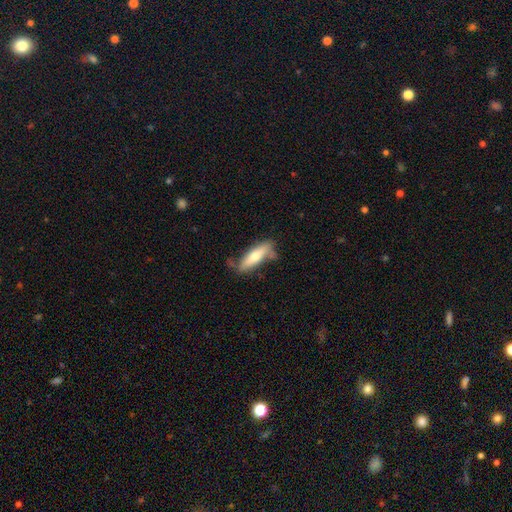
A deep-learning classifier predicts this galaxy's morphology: Smooth or featured? smooth (61%)
How rounded? cigar-shaped (57%)
Merging? none (59%)